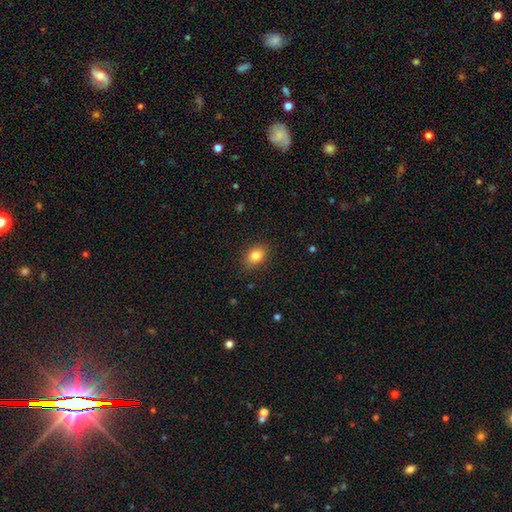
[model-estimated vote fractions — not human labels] Morphology: type=smooth (84%); roundness=in between (72%); merging=none (85%).